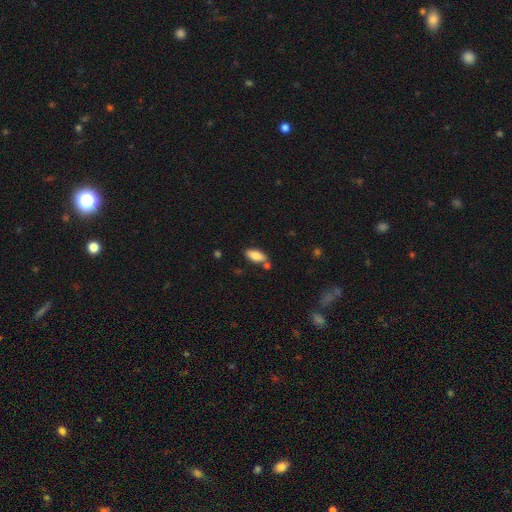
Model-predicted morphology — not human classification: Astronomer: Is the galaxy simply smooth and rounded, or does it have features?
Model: smooth — 82%.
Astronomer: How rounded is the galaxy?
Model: in between — 86%.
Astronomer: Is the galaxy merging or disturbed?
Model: none — 74%.